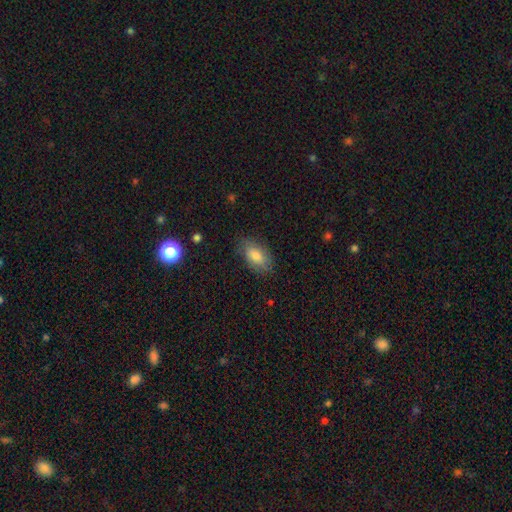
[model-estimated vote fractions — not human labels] Q: Smooth or featured?
A: smooth (79%); runner-up: featured or disk (13%)
Q: How rounded?
A: in between (92%); runner-up: round (5%)
Q: Merging?
A: none (79%); runner-up: minor disturbance (16%)